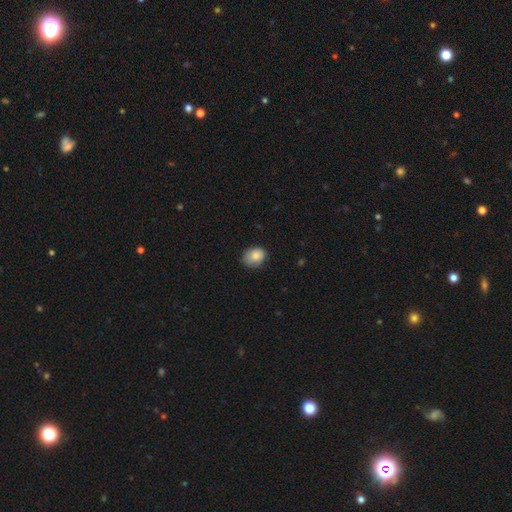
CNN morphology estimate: smooth 84%, star or artifact 8%, featured or disk 8%. Down the decision tree: how rounded — in between (56%); merging — none (72%).